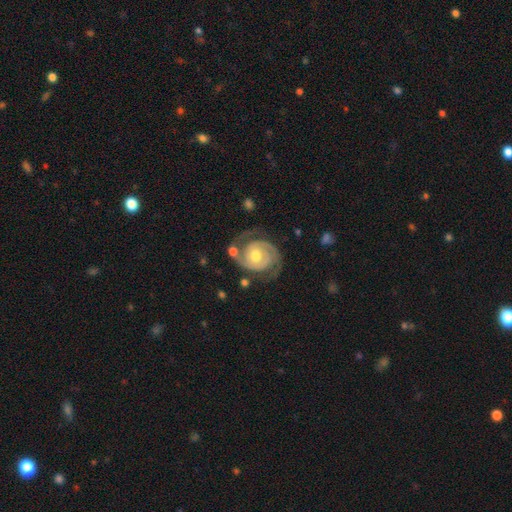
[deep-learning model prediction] Morphology: type=featured or disk (90%); edge-on=no (98%); bar=no (55%); spiral arms=yes (98%); winding=tight (57%); arm count=2 (91%); bulge=moderate (74%); merging=none (71%).